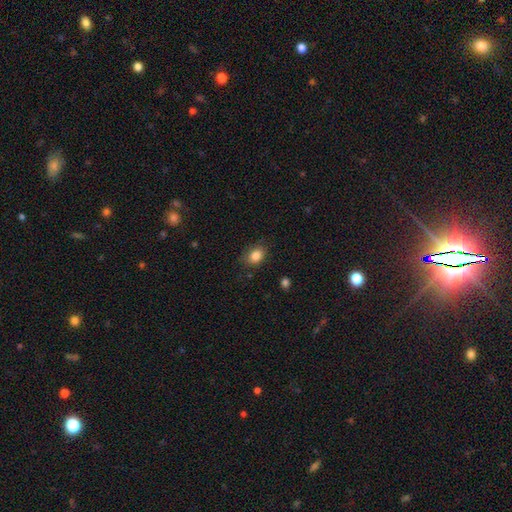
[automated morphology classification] smooth_or_featured: smooth (p=0.84) [alt: star or artifact p=0.10]
how_rounded: in between (p=0.64) [alt: round p=0.35]
merging: none (p=0.77) [alt: minor disturbance p=0.17]